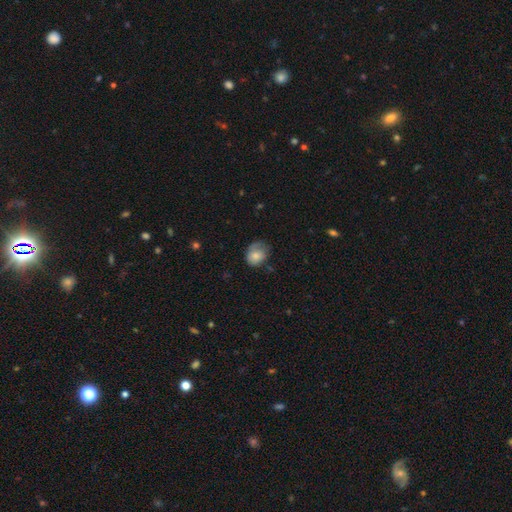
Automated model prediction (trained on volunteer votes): smooth-or-featured: smooth: 72% | featured or disk: 19% | star or artifact: 8%
  how-rounded: in between: 51% | round: 48% | cigar-shaped: 1%
  merging: none: 45% | minor disturbance: 34% | major disturbance: 19% | merger: 2%